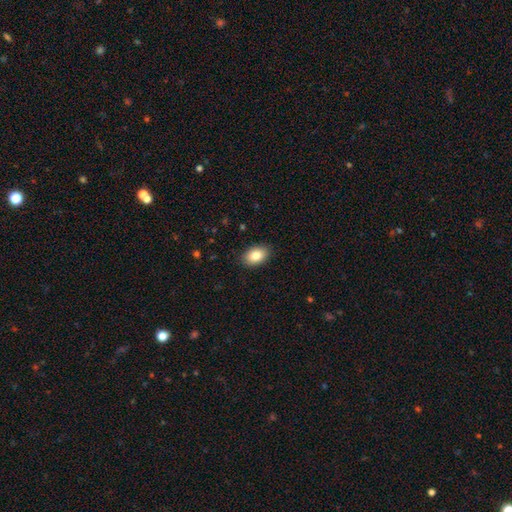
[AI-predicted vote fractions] Overall: smooth (84%). How rounded: in between (87%). Merging: none (89%).